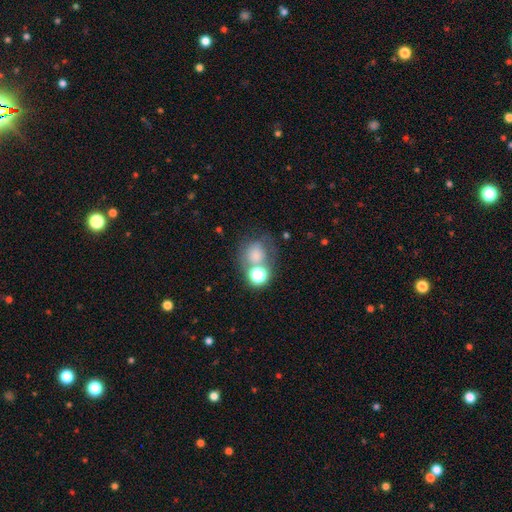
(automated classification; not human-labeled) Q: Smooth or featured?
A: smooth (66%); runner-up: star or artifact (19%)
Q: How rounded?
A: round (72%); runner-up: in between (27%)
Q: Merging?
A: none (44%); runner-up: merger (29%)